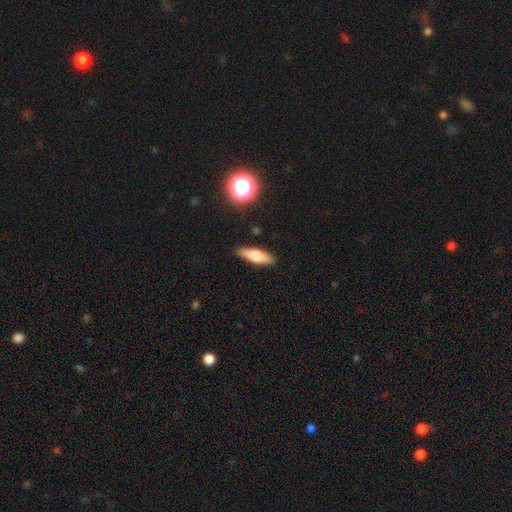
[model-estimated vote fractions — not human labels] Morphology: type=smooth (63%); roundness=cigar-shaped (57%); merging=none (88%).